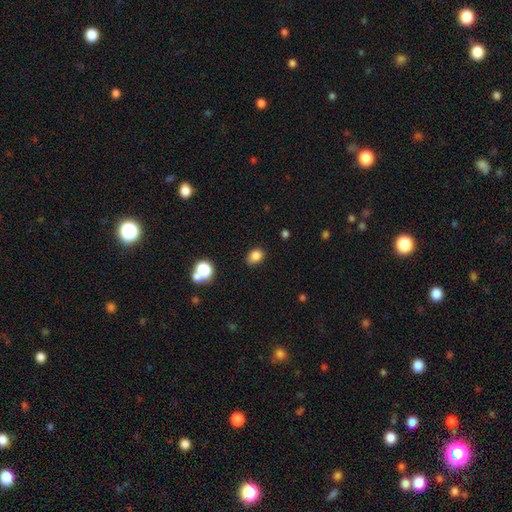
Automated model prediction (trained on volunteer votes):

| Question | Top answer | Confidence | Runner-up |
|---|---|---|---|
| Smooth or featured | smooth | 82% | star or artifact (12%) |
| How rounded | in between | 65% | round (34%) |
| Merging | none | 80% | minor disturbance (14%) |